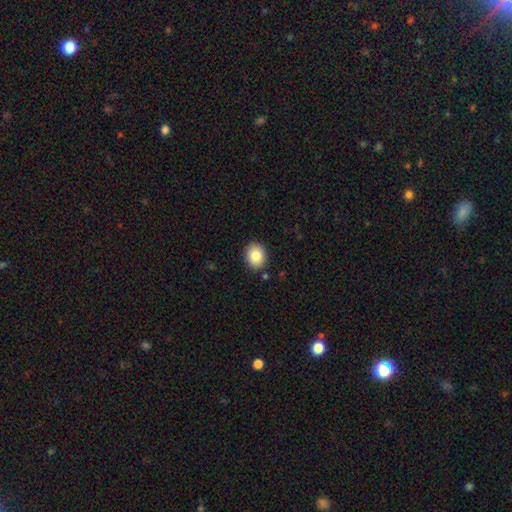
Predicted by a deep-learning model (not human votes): Smooth or featured? smooth (83%)
How rounded? round (61%)
Merging? none (89%)